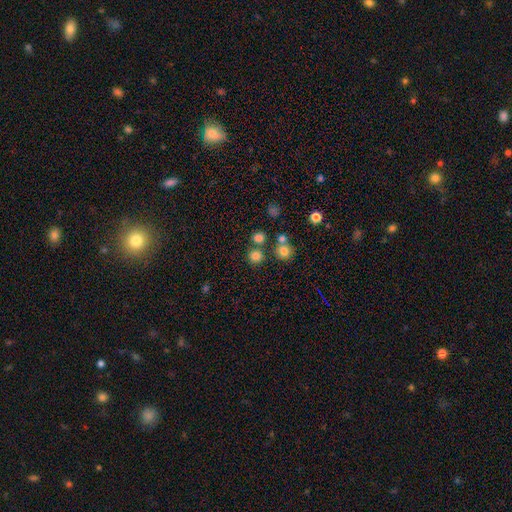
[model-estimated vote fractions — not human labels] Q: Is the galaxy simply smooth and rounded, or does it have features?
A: smooth — 78%.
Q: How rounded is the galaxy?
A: round — 92%.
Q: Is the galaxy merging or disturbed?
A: none — 74%.